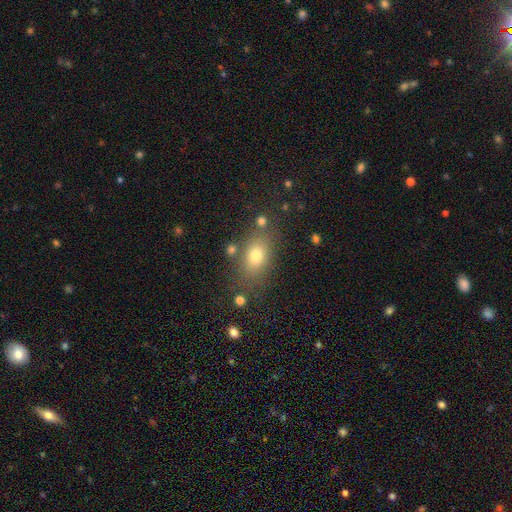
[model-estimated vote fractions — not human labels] Overall: smooth (74%). How rounded: in between (75%). Merging: none (77%).